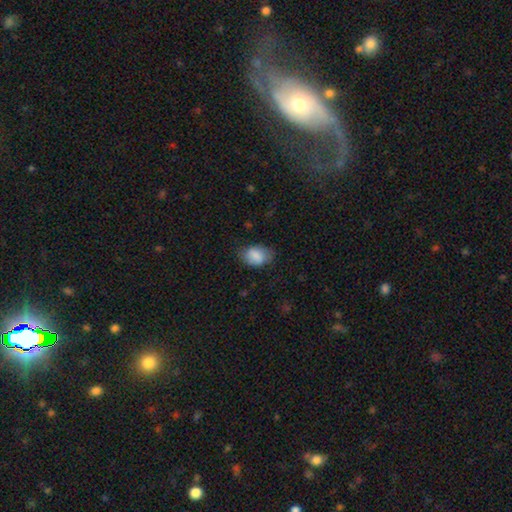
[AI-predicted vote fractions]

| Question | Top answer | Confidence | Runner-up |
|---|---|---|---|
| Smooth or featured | smooth | 83% | featured or disk (10%) |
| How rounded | in between | 80% | round (19%) |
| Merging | none | 68% | minor disturbance (24%) |